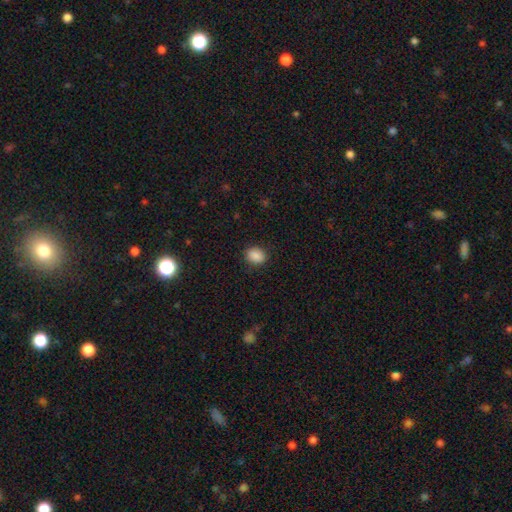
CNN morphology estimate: This appears to be a smooth galaxy with no disk features (88%) that is in between round and cigar-shaped (51%). Merging: none (87%).